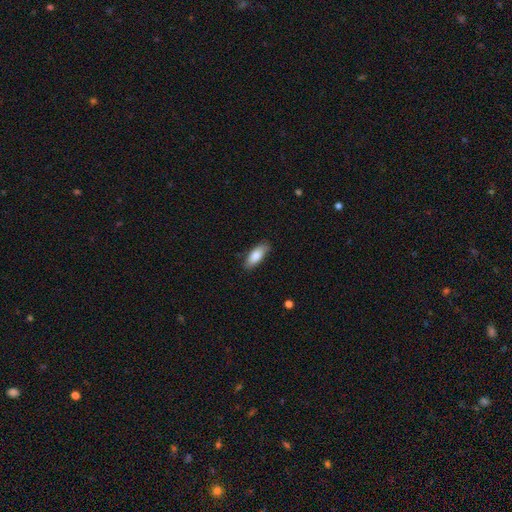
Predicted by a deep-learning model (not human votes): Smooth or featured? smooth (83%)
How rounded? in between (78%)
Merging? none (80%)